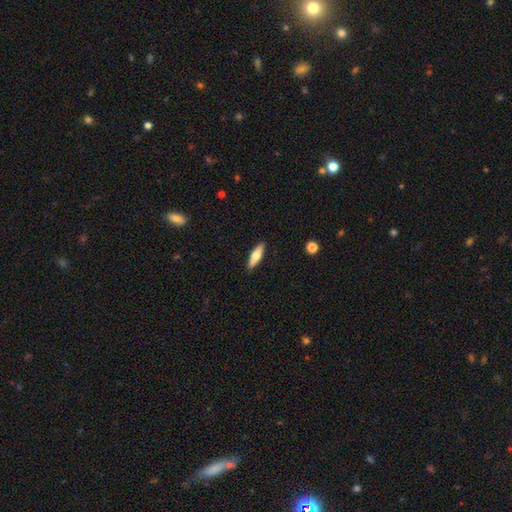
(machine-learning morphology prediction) Q: Smooth or featured?
A: smooth (59%); runner-up: featured or disk (36%)
Q: How rounded?
A: cigar-shaped (70%); runner-up: in between (29%)
Q: Merging?
A: none (90%); runner-up: minor disturbance (8%)